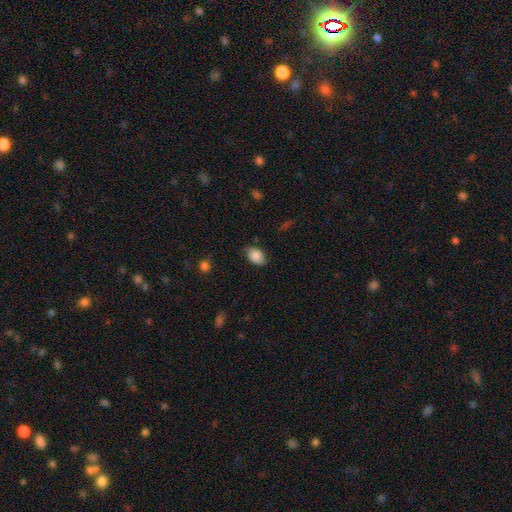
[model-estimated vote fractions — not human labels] Q: Smooth or featured?
A: smooth (86%); runner-up: star or artifact (7%)
Q: How rounded?
A: in between (83%); runner-up: round (16%)
Q: Merging?
A: none (73%); runner-up: minor disturbance (21%)